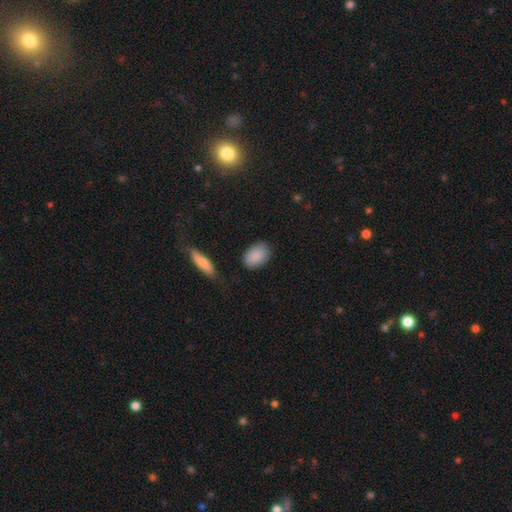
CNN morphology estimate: smooth-or-featured: smooth: 89% | star or artifact: 6% | featured or disk: 5%
  how-rounded: in between: 86% | round: 12% | cigar-shaped: 2%
  merging: none: 80% | minor disturbance: 14% | major disturbance: 3% | merger: 2%